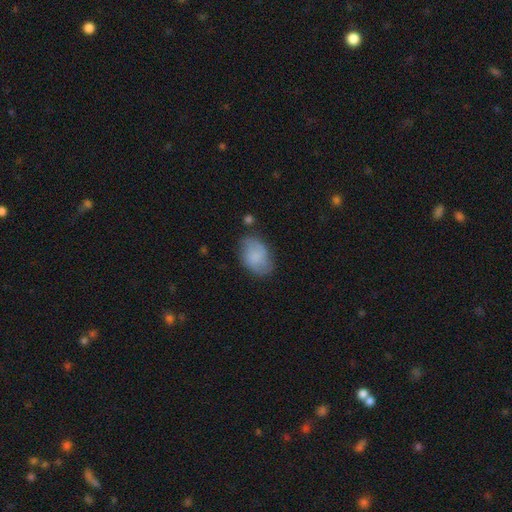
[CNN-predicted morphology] smooth_or_featured: smooth (p=0.72) [alt: featured or disk p=0.21]
how_rounded: in between (p=0.87) [alt: round p=0.12]
merging: none (p=0.66) [alt: minor disturbance p=0.24]